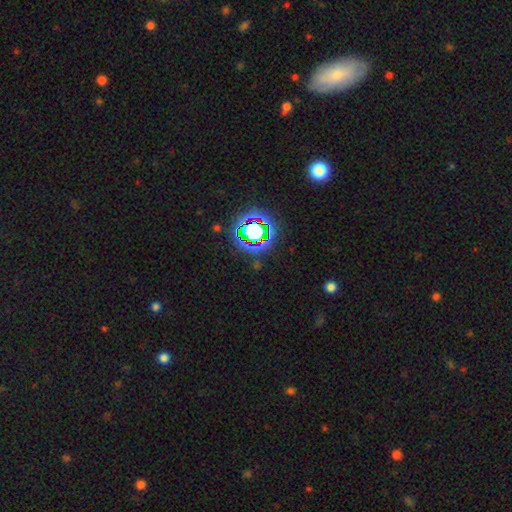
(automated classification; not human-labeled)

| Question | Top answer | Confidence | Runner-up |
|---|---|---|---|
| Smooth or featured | star or artifact | 78% | smooth (13%) |